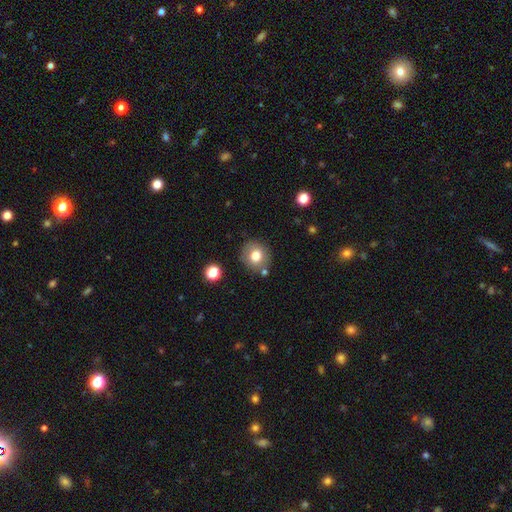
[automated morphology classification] Overall: smooth (76%). How rounded: round (84%). Merging: none (80%).